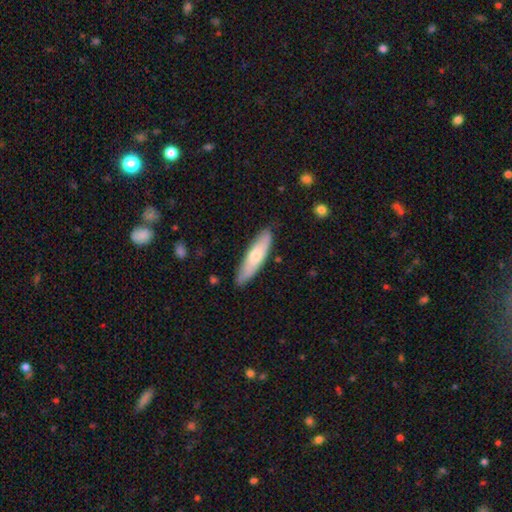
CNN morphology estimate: Smooth or featured?
  - smooth: 62% *
  - featured or disk: 32%
  - star or artifact: 5%
How rounded?
  - cigar-shaped: 67% *
  - in between: 31%
  - round: 2%
Merging?
  - none: 83% *
  - minor disturbance: 13%
  - major disturbance: 2%
  - merger: 1%